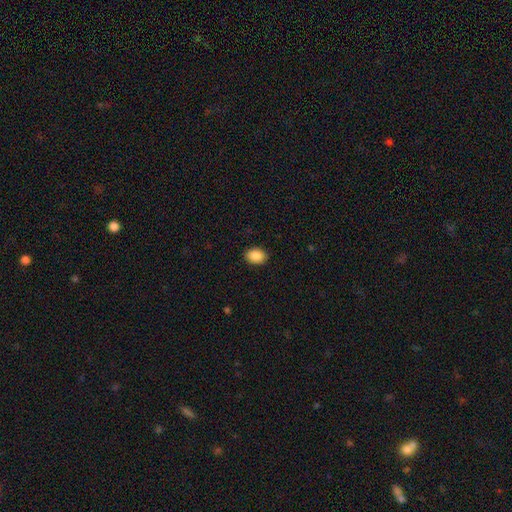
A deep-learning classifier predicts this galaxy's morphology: Overall: smooth (88%). How rounded: in between (75%). Merging: none (90%).